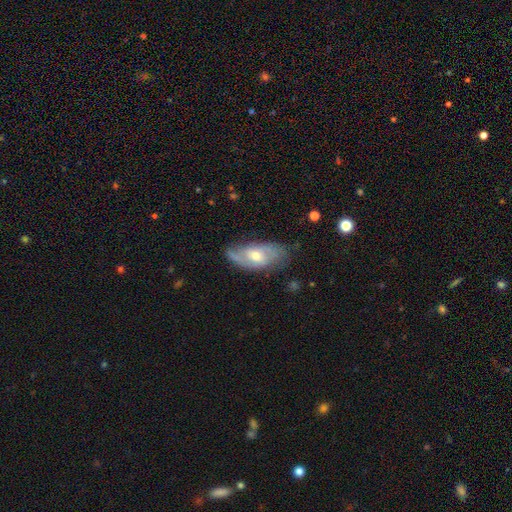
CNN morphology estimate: A featured or disk galaxy (68%) with no bar (53%), 2 (58%) medium (43%) spiral arms (84%) and a moderate central bulge (59%). Merging: none (65%).